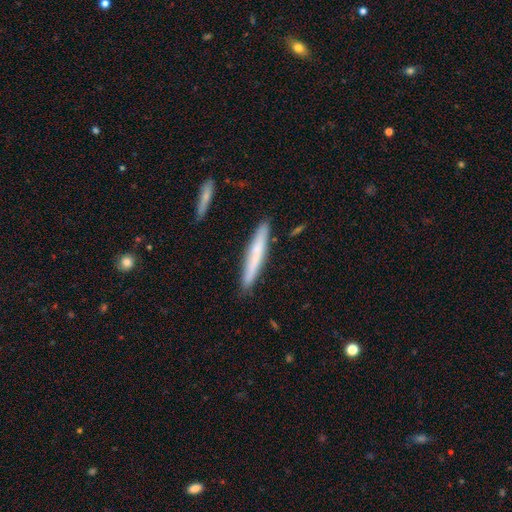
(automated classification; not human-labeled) Morphology: type=smooth (62%); roundness=cigar-shaped (95%); merging=none (88%).